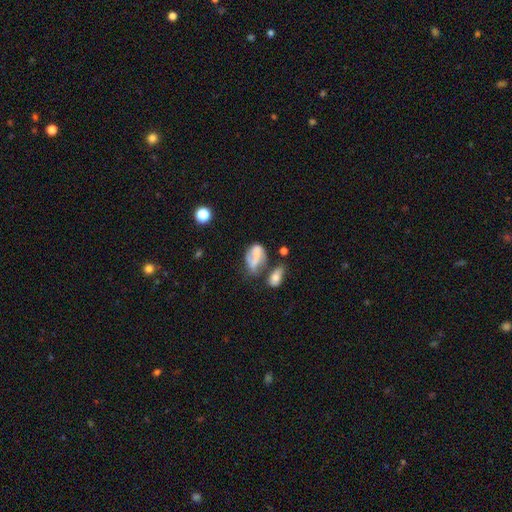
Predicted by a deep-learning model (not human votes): smooth 51%, featured or disk 39%, star or artifact 10%. Down the decision tree: how rounded — in between (82%); merging — merger (30%).